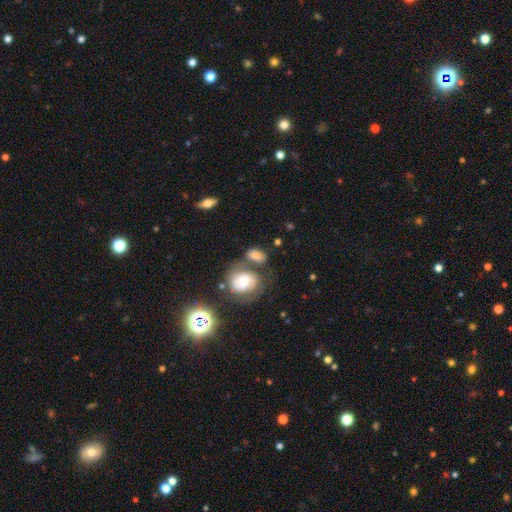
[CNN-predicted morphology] A smooth galaxy with no disk features (53%) that is in between round and cigar-shaped (73%).

Vote fractions:
- Smooth or featured? smooth: 53% / featured or disk: 36% / star or artifact: 11%
- How rounded? in between: 73% / round: 23% / cigar-shaped: 3%
- Merging? none: 44% / merger: 30% / minor disturbance: 17% / major disturbance: 9%